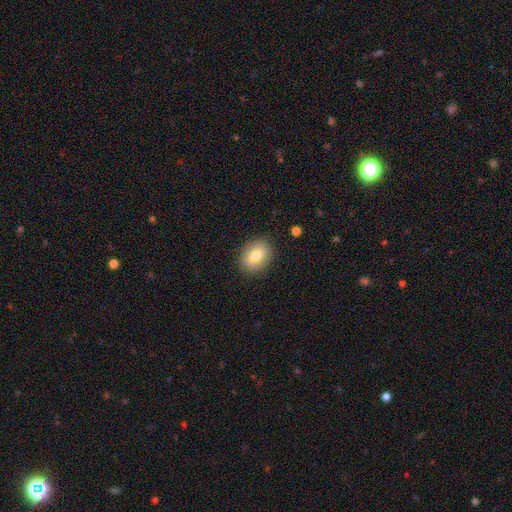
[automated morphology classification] The model was most divided on "how rounded": in between: 67%, round: 32%, cigar-shaped: 1%. More confident: merging — none (86%); smooth or featured — smooth (76%).